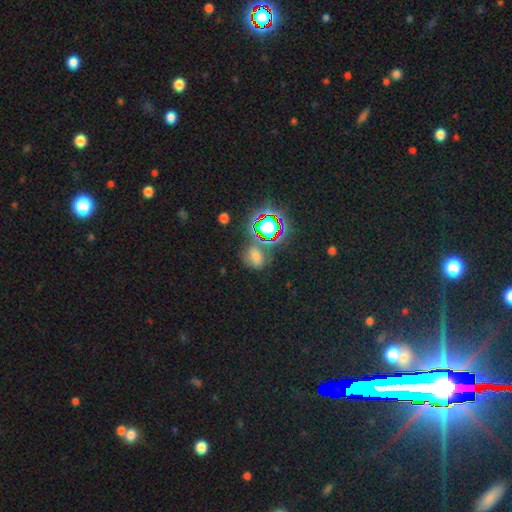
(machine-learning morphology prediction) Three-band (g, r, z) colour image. It shows a smooth galaxy with no disk features (46%). Merging: none (63%).